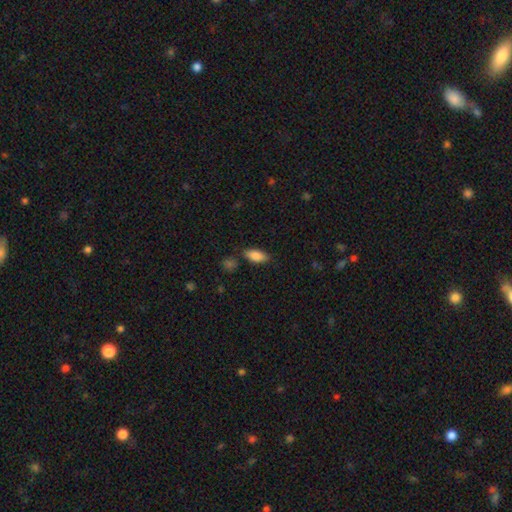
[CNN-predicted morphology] Overall: smooth (85%). How rounded: in between (86%). Merging: none (81%).